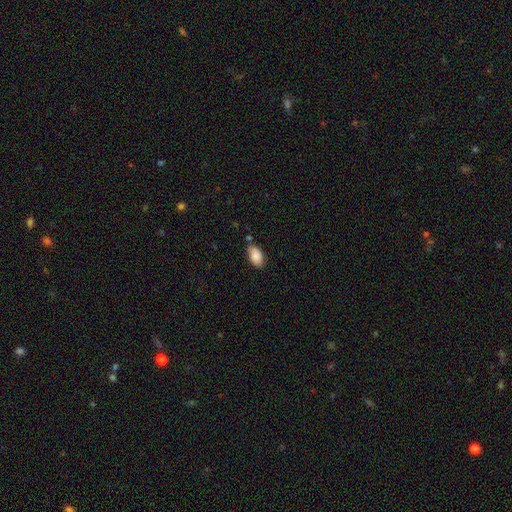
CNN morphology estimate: type=smooth (87%); roundness=in between (94%); merging=none (72%).